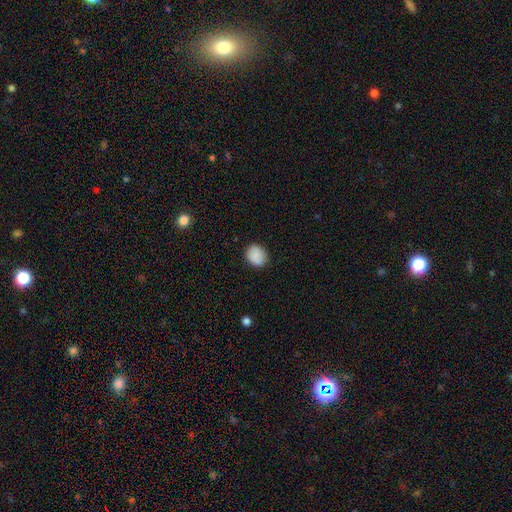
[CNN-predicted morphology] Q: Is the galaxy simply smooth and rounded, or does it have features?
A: smooth — 88%.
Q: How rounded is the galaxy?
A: round — 61%.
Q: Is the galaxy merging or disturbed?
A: none — 86%.